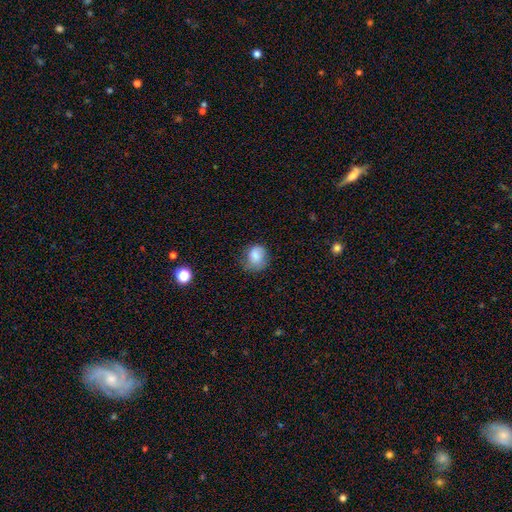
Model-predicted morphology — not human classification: Smooth or featured? Predicted: smooth (p=0.81). How rounded? Predicted: round (p=0.62). Merging? Predicted: none (p=0.58).